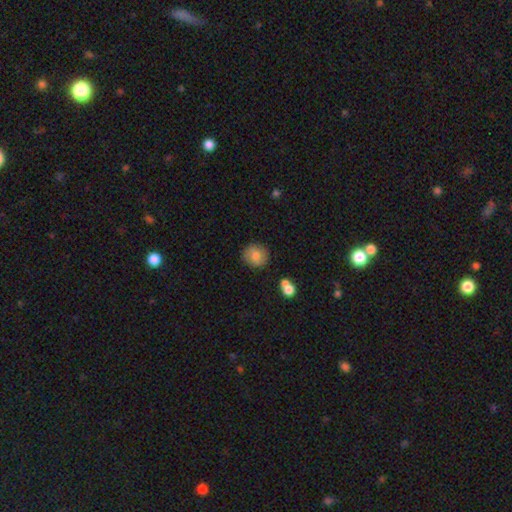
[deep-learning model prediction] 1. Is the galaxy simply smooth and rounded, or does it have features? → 75% smooth, 17% featured or disk, 8% star or artifact.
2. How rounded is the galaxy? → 84% round, 15% in between, 1% cigar-shaped.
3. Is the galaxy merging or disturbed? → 82% none, 12% minor disturbance, 3% merger, 3% major disturbance.